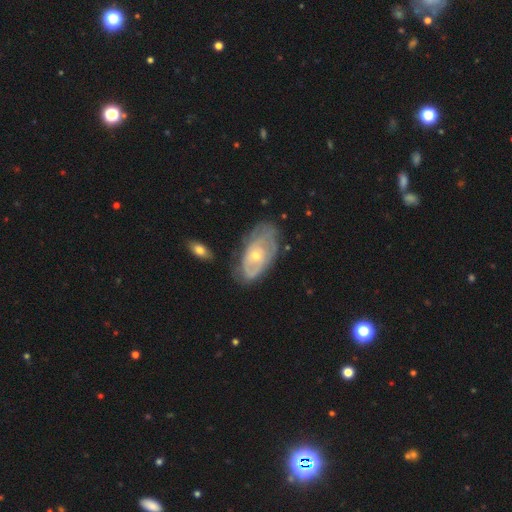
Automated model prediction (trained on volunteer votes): Smooth or featured?
  - featured or disk: 69% *
  - smooth: 24%
  - star or artifact: 6%
Edge-on disk?
  - no: 92% *
  - yes: 8%
Bar?
  - no: 82% *
  - weak: 15%
  - strong: 3%
Spiral arms?
  - yes: 64% *
  - no: 36%
Bulge size?
  - small: 56% *
  - moderate: 41%
  - large: 2%
  - none: 1%
  - dominant: 1%
Merging?
  - none: 61% *
  - minor disturbance: 26%
  - major disturbance: 10%
  - merger: 3%